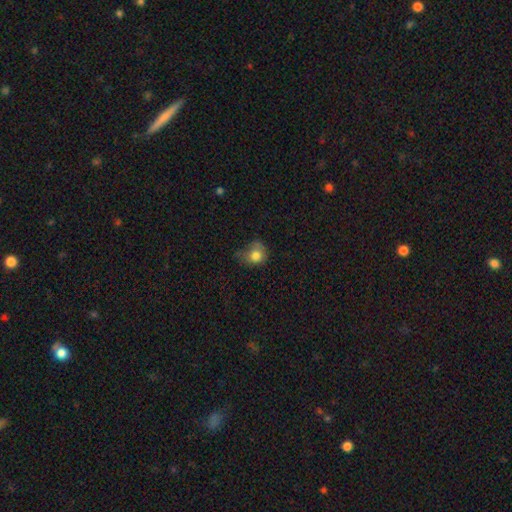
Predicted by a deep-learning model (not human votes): Smooth or featured? smooth (78%)
How rounded? round (66%)
Merging? minor disturbance (38%)